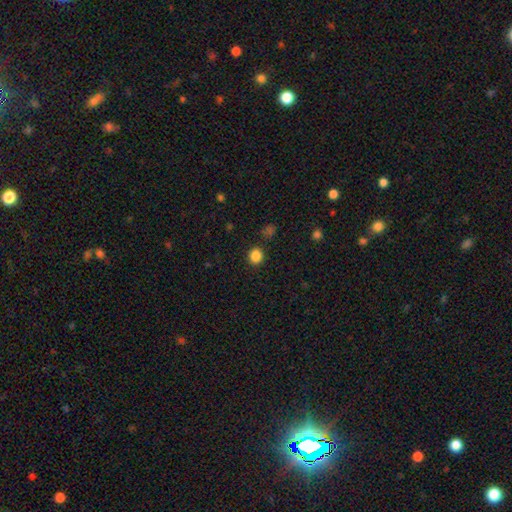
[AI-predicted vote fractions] smooth 85%, star or artifact 12%, featured or disk 3%. Down the decision tree: how rounded — round (81%); merging — none (88%).